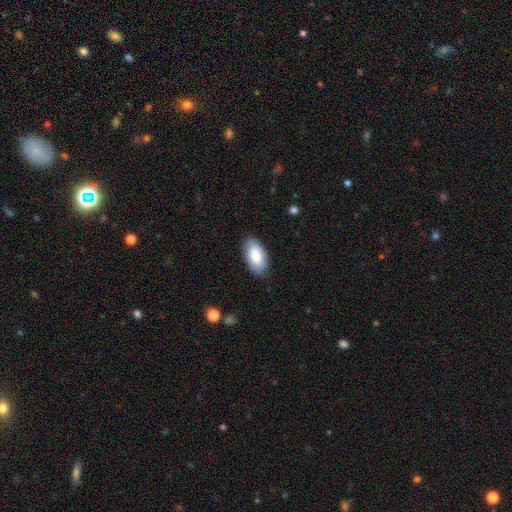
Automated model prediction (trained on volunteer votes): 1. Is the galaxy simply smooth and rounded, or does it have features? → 82% smooth, 12% featured or disk, 6% star or artifact.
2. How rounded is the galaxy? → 95% in between, 3% cigar-shaped, 2% round.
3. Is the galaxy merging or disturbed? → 83% none, 13% minor disturbance, 3% major disturbance, 1% merger.